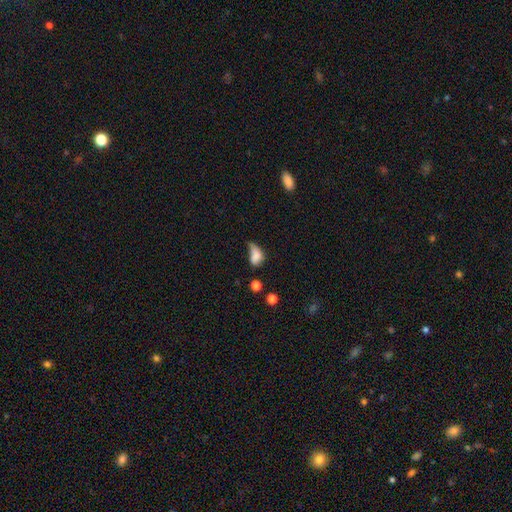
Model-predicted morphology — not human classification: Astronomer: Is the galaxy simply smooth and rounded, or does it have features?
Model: smooth — 73%.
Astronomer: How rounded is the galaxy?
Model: in between — 83%.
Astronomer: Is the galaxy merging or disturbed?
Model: major disturbance — 35% (runner-up: minor disturbance, 34%).